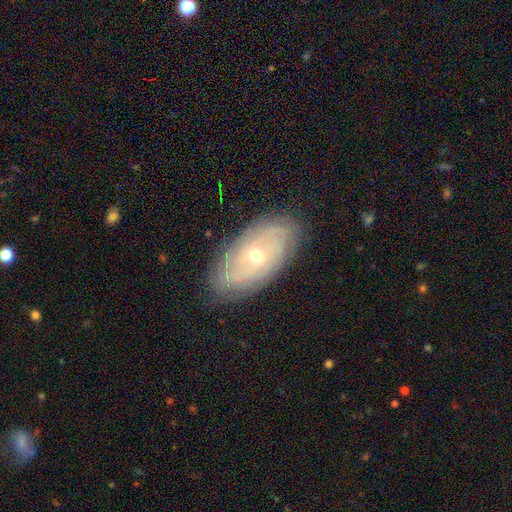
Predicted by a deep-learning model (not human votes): The model was most divided on "bulge size": moderate: 51%, small: 46%, large: 2%, dominant: 1%, none: 1%. More confident: edge-on disk — no (91%); spiral arms — yes (83%); merging — none (83%); bar — no (77%); spiral winding — tight (72%); smooth or featured — featured or disk (71%); spiral arm count — can't tell (55%).